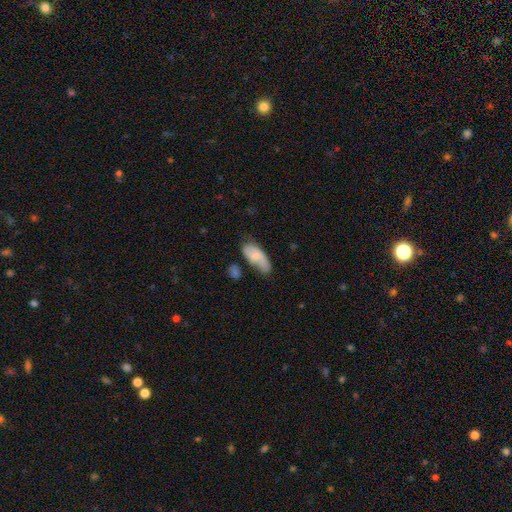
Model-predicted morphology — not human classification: The model was most divided on "merging": none: 43%, minor disturbance: 33%, major disturbance: 14%, merger: 10%. More confident: how rounded — in between (86%); smooth or featured — smooth (75%).